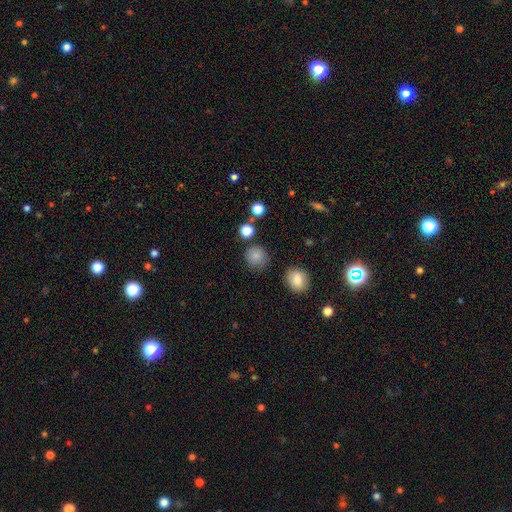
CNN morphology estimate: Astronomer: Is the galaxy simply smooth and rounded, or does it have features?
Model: smooth — 83%.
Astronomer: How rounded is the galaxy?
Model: round — 90%.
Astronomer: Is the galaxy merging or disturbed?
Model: none — 77%.